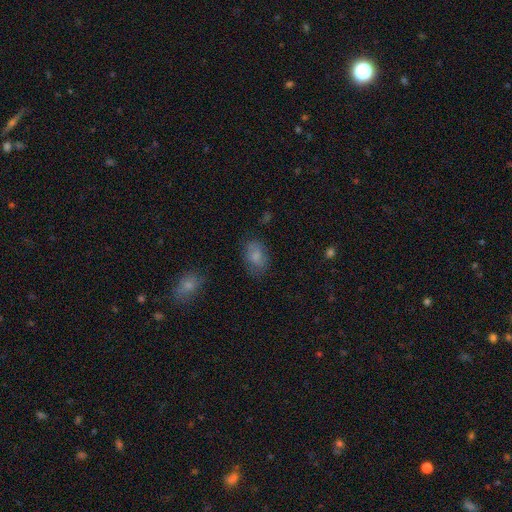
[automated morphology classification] Q: Smooth or featured?
A: smooth (78%); runner-up: featured or disk (13%)
Q: How rounded?
A: in between (85%); runner-up: round (13%)
Q: Merging?
A: none (71%); runner-up: minor disturbance (20%)